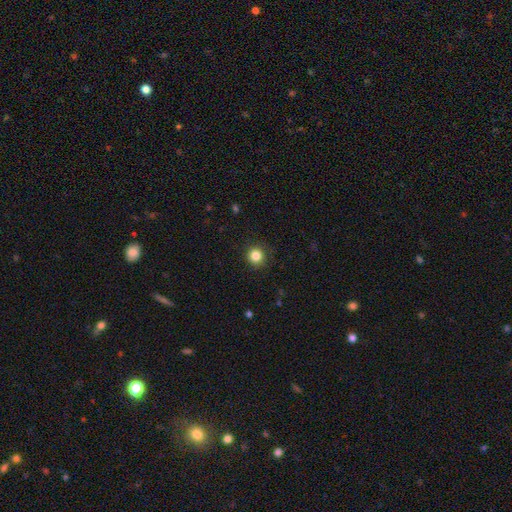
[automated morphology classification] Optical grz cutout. It shows a smooth galaxy with no disk features (84%) that is round (95%). Merging: none (90%).